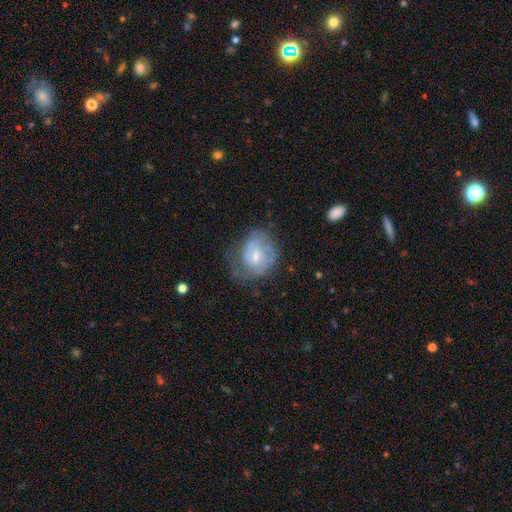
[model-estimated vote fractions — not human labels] A featured or disk galaxy (62%) with a weak bar (52%), spiral arms (70%) and a small central bulge (49%).

Vote fractions:
- Smooth or featured? featured or disk: 62% / smooth: 31% / star or artifact: 7%
- Edge-on disk? no: 97% / yes: 3%
- Bar? weak: 52% / no: 39% / strong: 9%
- Spiral arms? yes: 70% / no: 30%
- Bulge size? small: 49% / moderate: 41% / none: 6% / large: 3% / dominant: 1%
- Merging? none: 45% / minor disturbance: 30% / major disturbance: 23% / merger: 2%